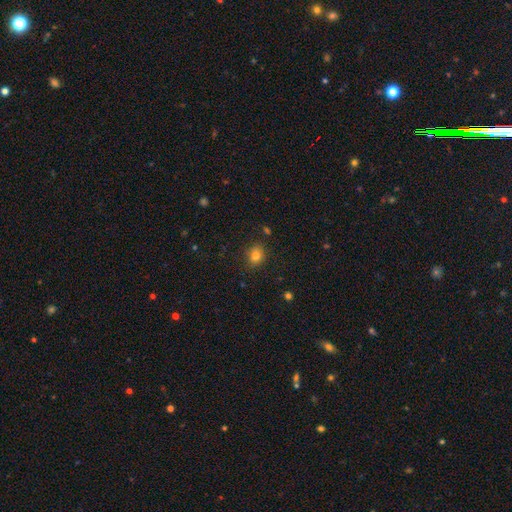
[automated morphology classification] This is clearly a smooth galaxy (81%). How rounded: likely round (60%). Merging: clearly none (85%).